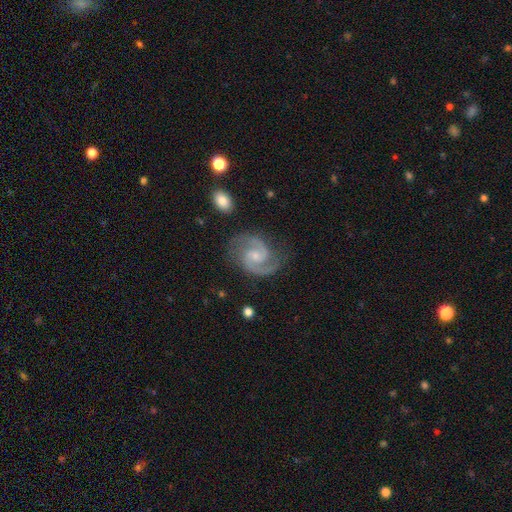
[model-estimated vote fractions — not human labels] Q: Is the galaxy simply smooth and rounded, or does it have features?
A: featured or disk — 93%.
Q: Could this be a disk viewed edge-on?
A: no — 98%.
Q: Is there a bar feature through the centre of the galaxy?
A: no — 47%.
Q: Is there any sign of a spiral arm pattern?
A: yes — 99%.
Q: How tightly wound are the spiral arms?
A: medium — 64%.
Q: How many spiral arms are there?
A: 2 — 94%.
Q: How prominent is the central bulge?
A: small — 56%.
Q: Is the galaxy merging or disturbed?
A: none — 79%.